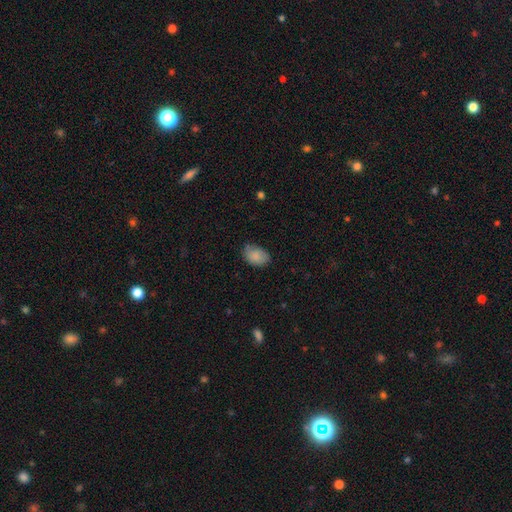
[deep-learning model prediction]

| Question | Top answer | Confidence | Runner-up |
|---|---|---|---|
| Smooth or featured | smooth | 84% | featured or disk (8%) |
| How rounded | in between | 82% | round (17%) |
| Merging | none | 65% | minor disturbance (28%) |